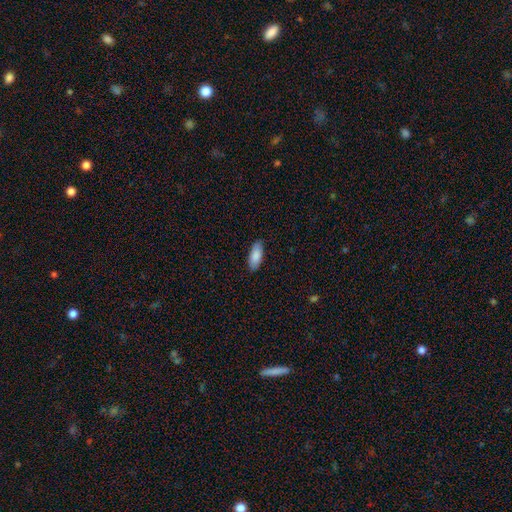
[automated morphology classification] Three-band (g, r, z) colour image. It shows a smooth galaxy with no disk features (88%) that is in between round and cigar-shaped (79%). Merging: none (87%).